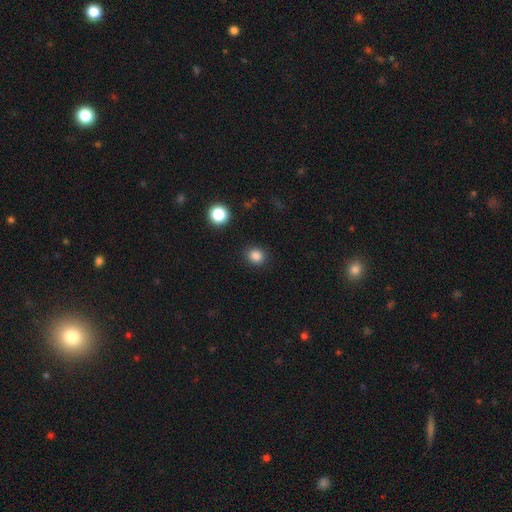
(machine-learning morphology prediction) This is clearly a smooth galaxy (85%). How rounded: likely round (77%). Merging: clearly none (88%).